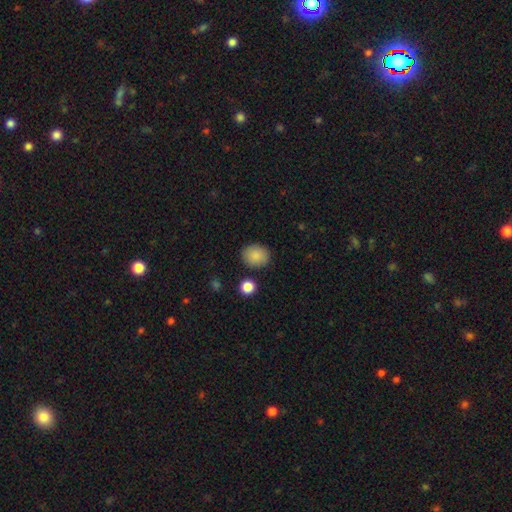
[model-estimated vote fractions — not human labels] Smooth or featured: smooth — 87% (star or artifact — 8%)
How rounded: round — 56% (in between — 43%)
Merging: none — 83% (minor disturbance — 11%)